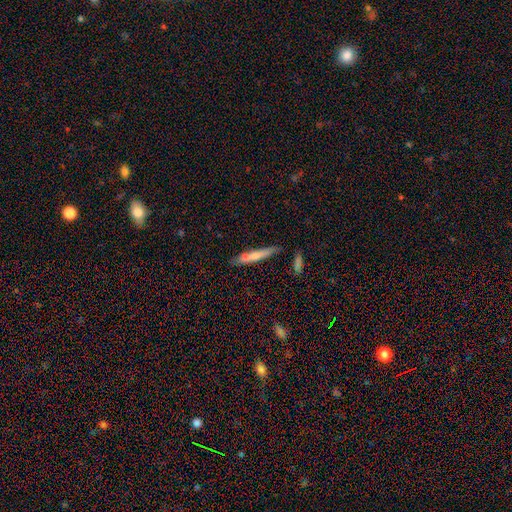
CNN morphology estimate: Smooth or featured?
  - smooth: 60% *
  - featured or disk: 33%
  - star or artifact: 7%
How rounded?
  - cigar-shaped: 91% *
  - in between: 8%
  - round: 2%
Merging?
  - none: 65% *
  - minor disturbance: 16%
  - merger: 15%
  - major disturbance: 4%